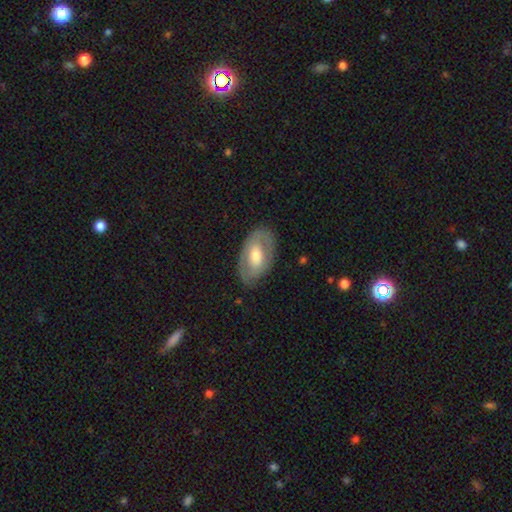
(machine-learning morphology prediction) This appears to be a featured or disk galaxy (52%). Merging: none (78%).